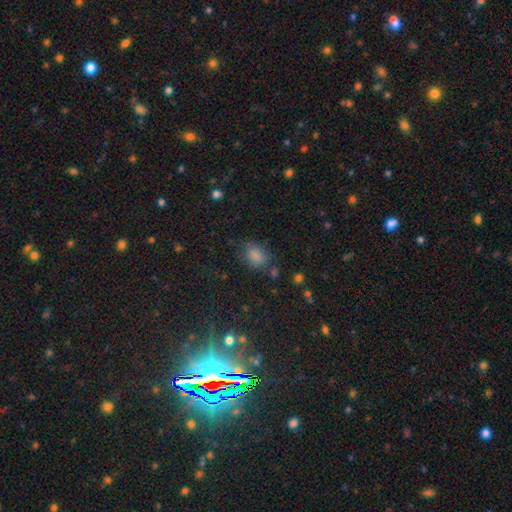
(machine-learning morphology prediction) This is clearly a smooth galaxy (80%). How rounded: likely in between (69%). Merging: likely none (63%).